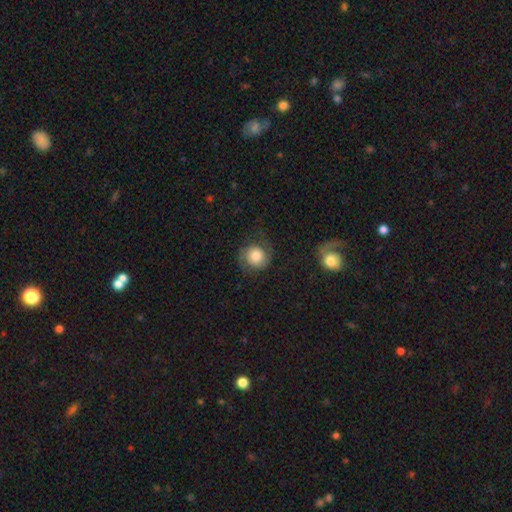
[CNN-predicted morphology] Smooth or featured: featured or disk — 46% (smooth — 45%)
Merging: none — 70% (minor disturbance — 17%)